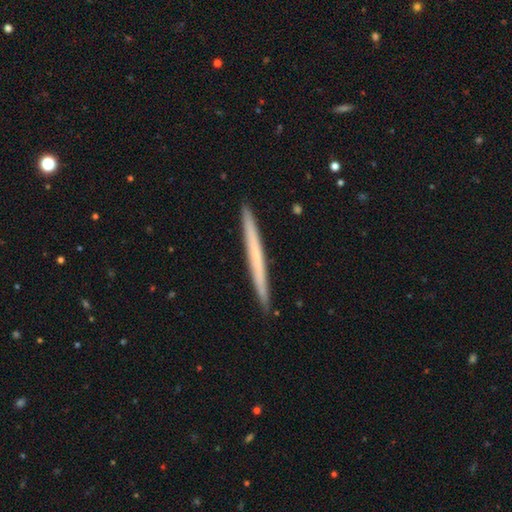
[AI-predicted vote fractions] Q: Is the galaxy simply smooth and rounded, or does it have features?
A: featured or disk — 47%, tied with smooth.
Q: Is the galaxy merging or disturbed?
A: none — 92%.